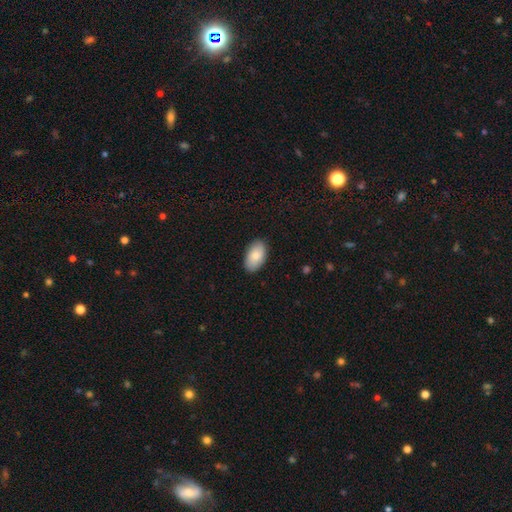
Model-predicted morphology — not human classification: Smooth or featured: smooth — 82% (featured or disk — 12%)
How rounded: in between — 95% (round — 4%)
Merging: none — 88% (minor disturbance — 9%)